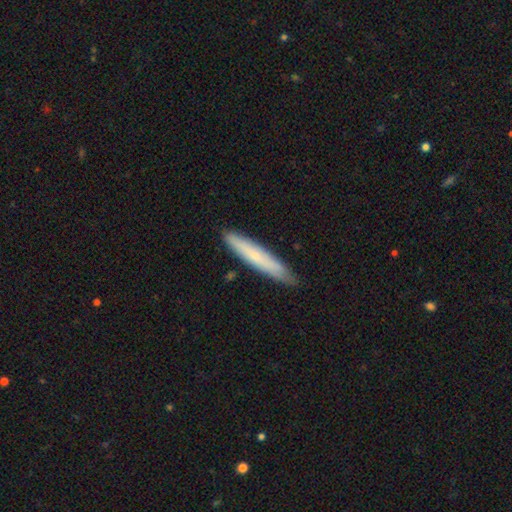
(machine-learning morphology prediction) type=smooth (60%); roundness=cigar-shaped (92%); merging=none (85%).